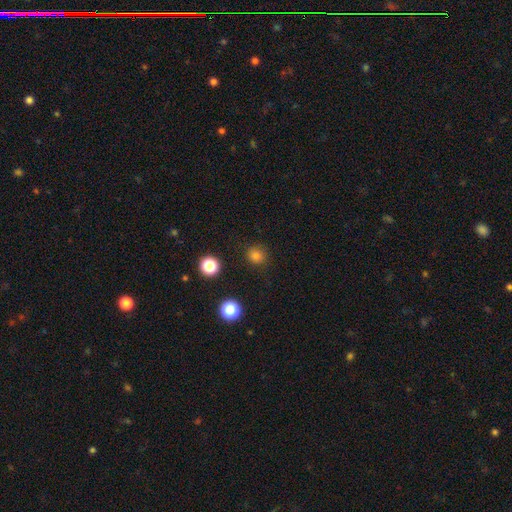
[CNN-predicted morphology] Q: Smooth or featured?
A: smooth (80%); runner-up: star or artifact (16%)
Q: How rounded?
A: round (89%); runner-up: in between (10%)
Q: Merging?
A: none (88%); runner-up: minor disturbance (8%)